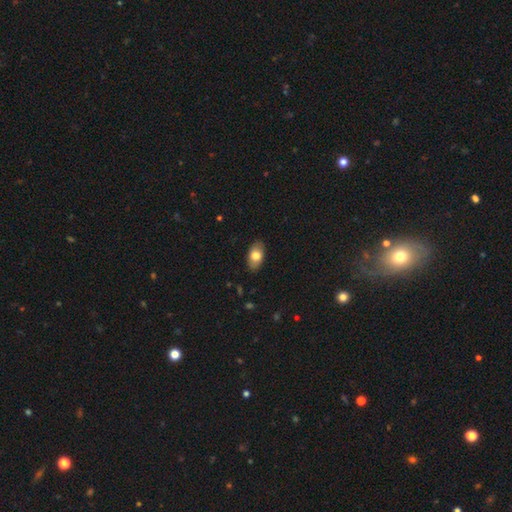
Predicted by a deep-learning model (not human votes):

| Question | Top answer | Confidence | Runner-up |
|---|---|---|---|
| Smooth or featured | smooth | 76% | featured or disk (17%) |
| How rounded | in between | 92% | round (6%) |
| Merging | none | 87% | minor disturbance (10%) |